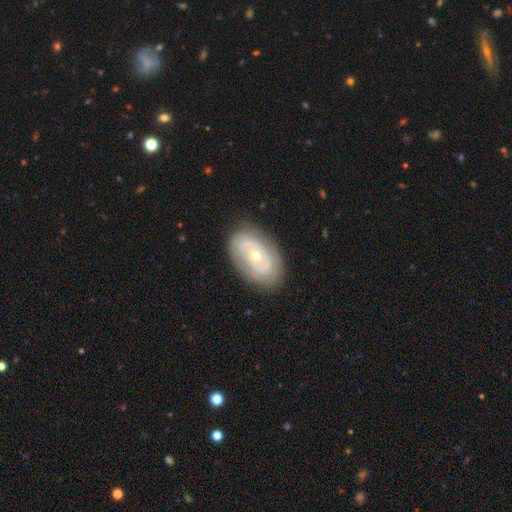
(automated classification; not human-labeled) A featured or disk galaxy (71%) with no bar (76%), spiral arms (57%) and a small central bulge (51%). Merging: none (80%).